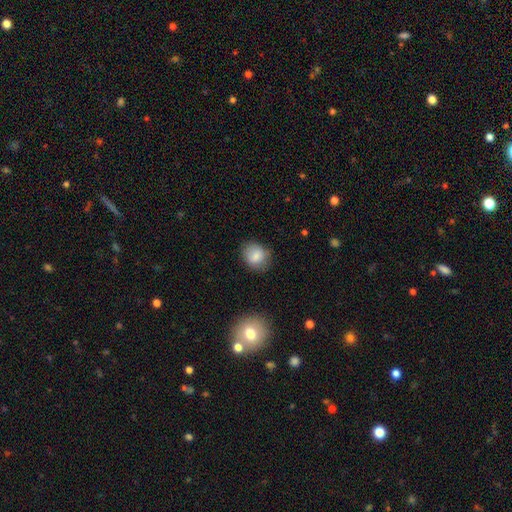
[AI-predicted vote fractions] Q: Smooth or featured?
A: smooth (83%); runner-up: star or artifact (9%)
Q: How rounded?
A: round (64%); runner-up: in between (35%)
Q: Merging?
A: none (79%); runner-up: minor disturbance (16%)